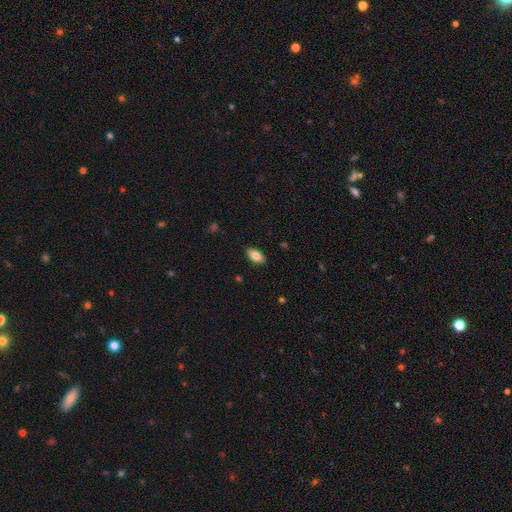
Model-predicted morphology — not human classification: This appears to be a smooth galaxy with no disk features (80%) that is in between round and cigar-shaped (91%). Merging: none (88%).